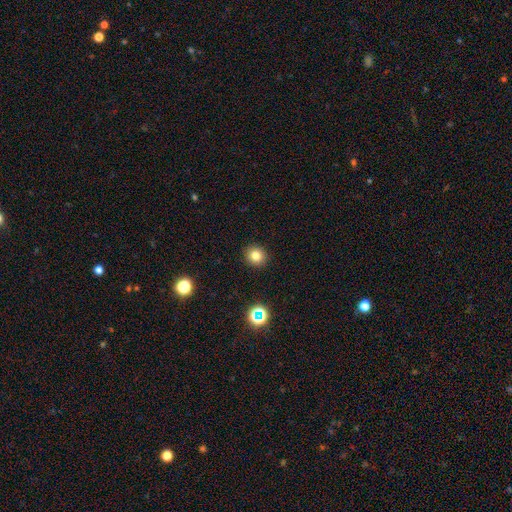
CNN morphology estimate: A smooth galaxy with no disk features (80%) that is round (87%).

Vote fractions:
- Smooth or featured? smooth: 80% / star or artifact: 14% / featured or disk: 7%
- How rounded? round: 87% / in between: 12% / cigar-shaped: 1%
- Merging? none: 92% / minor disturbance: 5% / major disturbance: 2% / merger: 1%